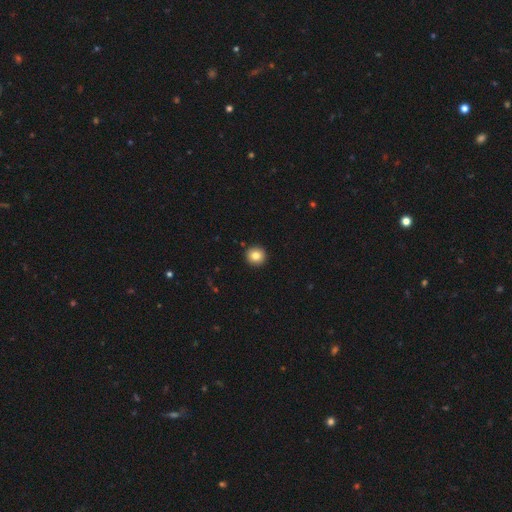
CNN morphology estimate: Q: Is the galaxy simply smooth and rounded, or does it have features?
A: smooth — 82%.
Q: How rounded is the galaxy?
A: round — 95%.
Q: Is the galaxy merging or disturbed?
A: none — 93%.